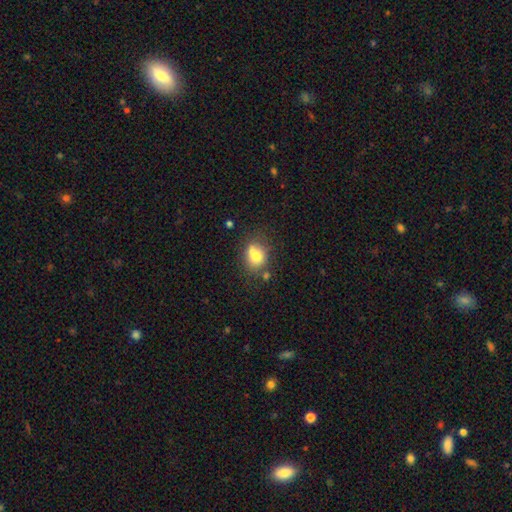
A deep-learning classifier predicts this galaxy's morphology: This appears to be a smooth galaxy with no disk features (70%) that is round (66%). Merging: none (47%).